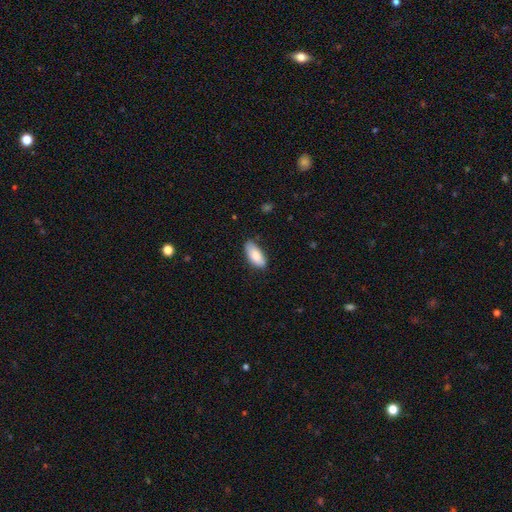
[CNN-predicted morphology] Overall: smooth (86%). How rounded: in between (89%). Merging: none (77%).